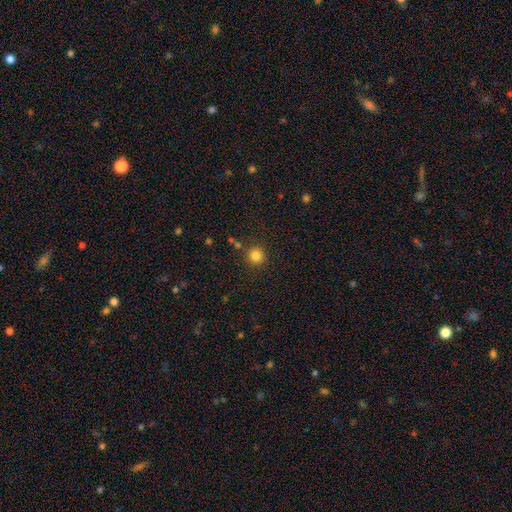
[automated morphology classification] Smooth or featured?
  - smooth: 83% *
  - star or artifact: 13%
  - featured or disk: 5%
How rounded?
  - round: 94% *
  - in between: 5%
  - cigar-shaped: 1%
Merging?
  - none: 87% *
  - minor disturbance: 7%
  - merger: 4%
  - major disturbance: 3%